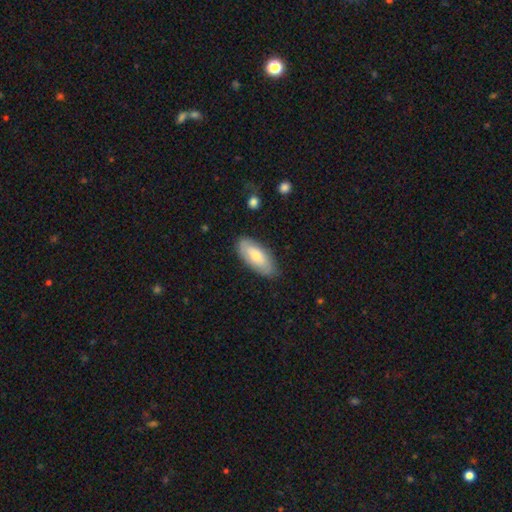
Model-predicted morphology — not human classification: Smooth or featured? Predicted: smooth (p=0.61). How rounded? Predicted: in between (p=0.88). Merging? Predicted: none (p=0.81).